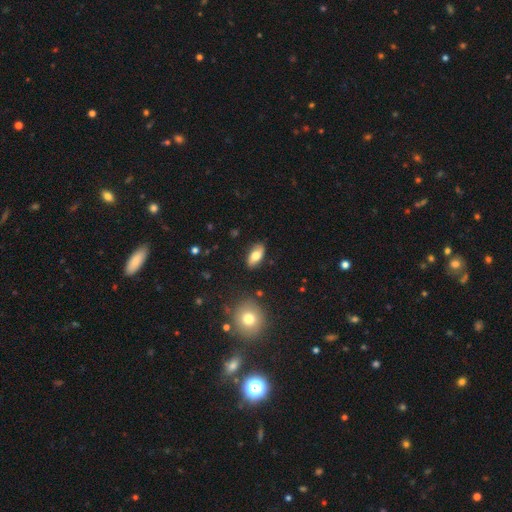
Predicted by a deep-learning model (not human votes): Smooth or featured: smooth — 71% (featured or disk — 22%)
How rounded: in between — 88% (cigar-shaped — 8%)
Merging: none — 85% (minor disturbance — 11%)